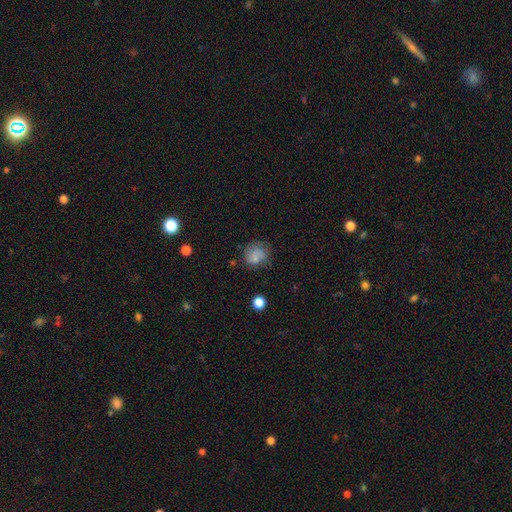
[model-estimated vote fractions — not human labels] Morphology: type=smooth (71%); roundness=round (70%); merging=none (51%).